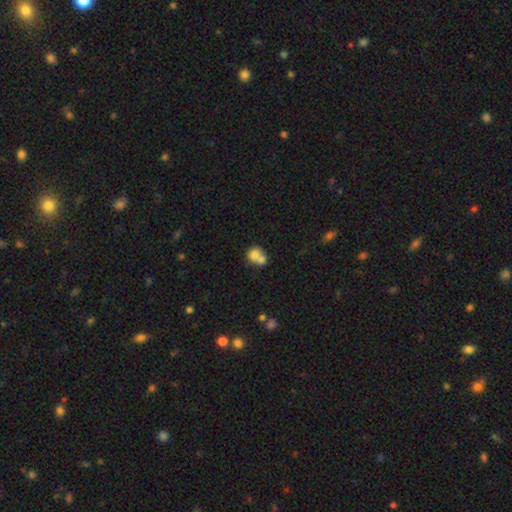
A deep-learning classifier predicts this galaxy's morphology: Smooth or featured?
  - smooth: 74% *
  - featured or disk: 17%
  - star or artifact: 9%
How rounded?
  - round: 68% *
  - in between: 31%
  - cigar-shaped: 1%
Merging?
  - merger: 64% *
  - none: 26%
  - minor disturbance: 7%
  - major disturbance: 4%